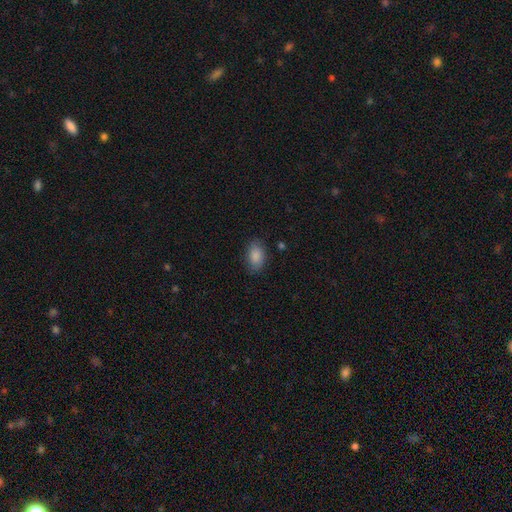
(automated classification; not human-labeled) Morphology: type=smooth (87%); roundness=in between (90%); merging=none (83%).